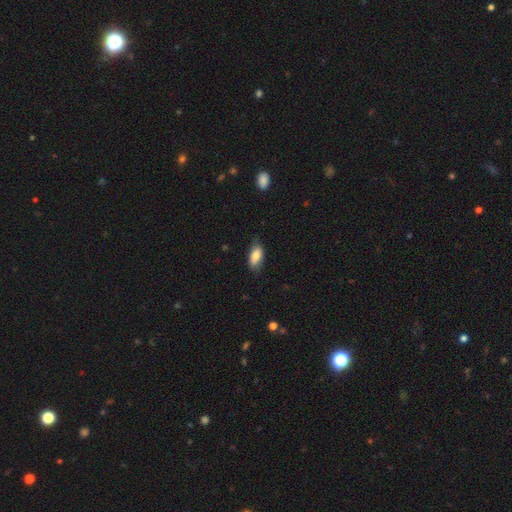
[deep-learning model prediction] Smooth or featured? smooth (79%)
How rounded? in between (86%)
Merging? none (72%)